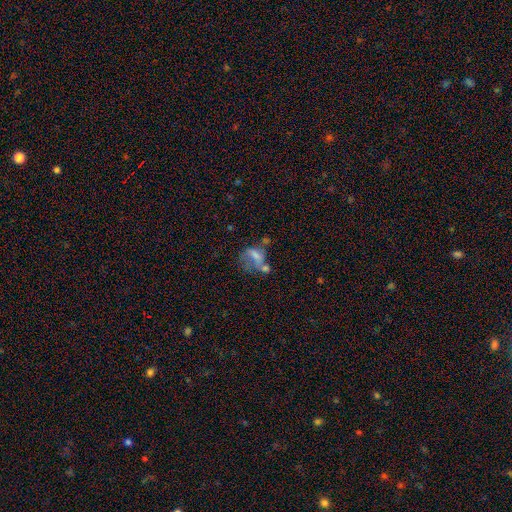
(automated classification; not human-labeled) Smooth or featured: smooth — 47% (featured or disk — 39%)
Merging: merger — 34% (major disturbance — 31%)